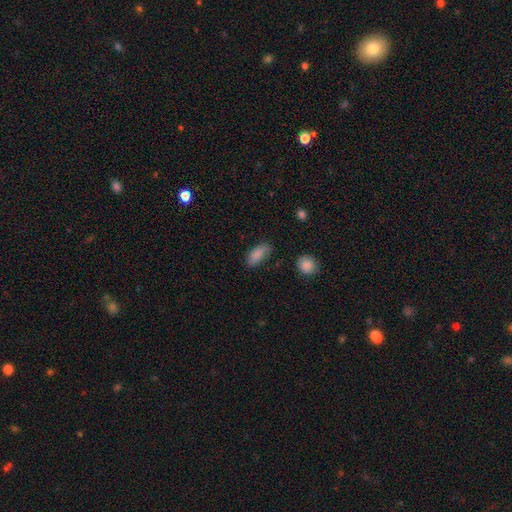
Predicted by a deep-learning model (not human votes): Morphology: type=smooth (84%); roundness=in between (88%); merging=none (69%).